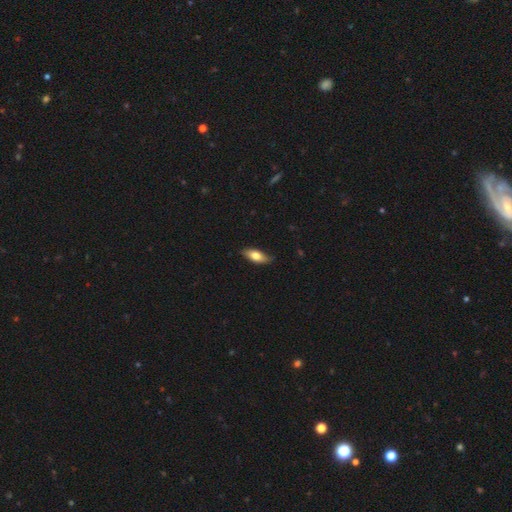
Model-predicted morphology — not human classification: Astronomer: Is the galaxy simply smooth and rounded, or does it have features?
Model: smooth — 72%.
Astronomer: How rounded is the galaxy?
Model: in between — 75%.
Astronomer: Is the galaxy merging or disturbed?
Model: none — 80%.